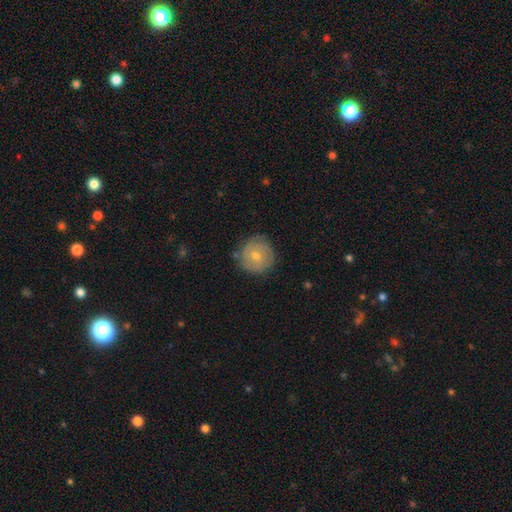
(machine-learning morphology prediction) This appears to be a featured or disk galaxy (48%). Merging: none (78%).